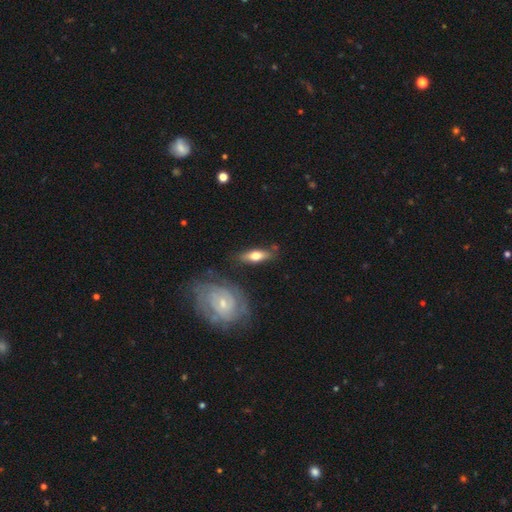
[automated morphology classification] Smooth or featured? smooth (54%)
How rounded? in between (55%)
Merging? none (77%)